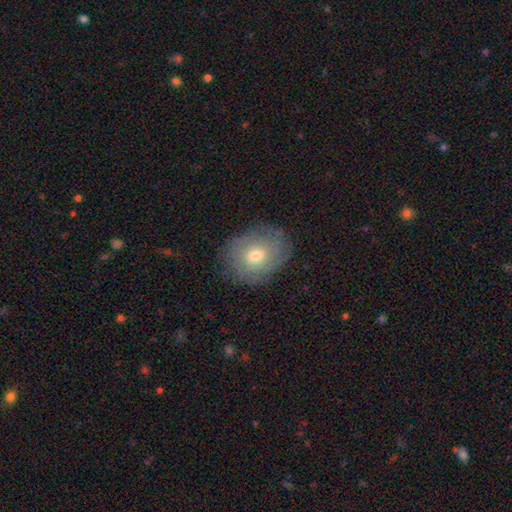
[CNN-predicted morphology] smooth-or-featured: smooth: 48% | featured or disk: 43% | star or artifact: 9%
  merging: none: 76% | minor disturbance: 17% | major disturbance: 6% | merger: 1%